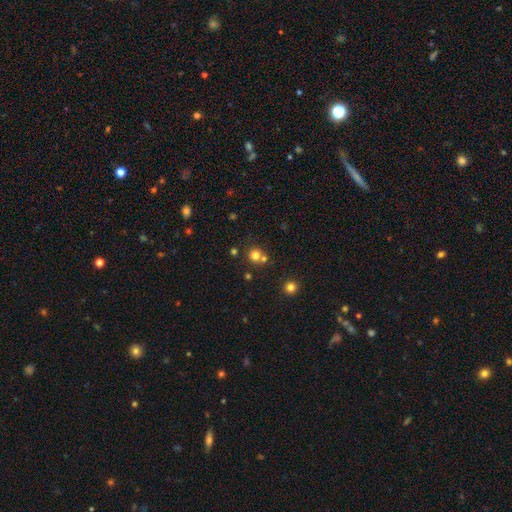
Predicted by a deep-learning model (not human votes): Smooth or featured? Predicted: smooth (p=0.76). How rounded? Predicted: round (p=0.88). Merging? Predicted: none (p=0.62).